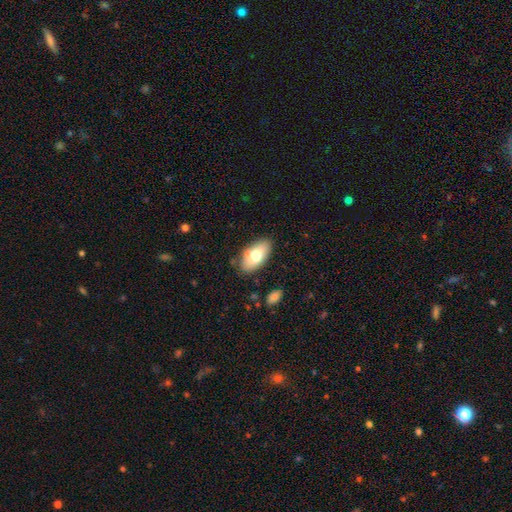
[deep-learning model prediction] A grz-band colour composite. It shows a smooth galaxy with no disk features (70%) that is in between round and cigar-shaped (93%). Merging: none (80%).